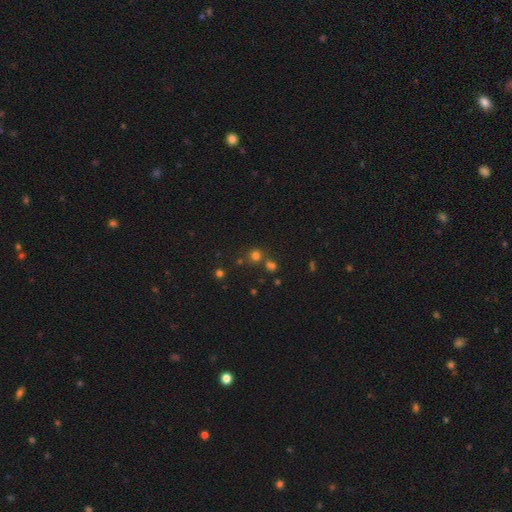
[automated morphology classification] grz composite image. It shows a smooth galaxy with no disk features (68%) that is round (90%). Merging: none (71%).